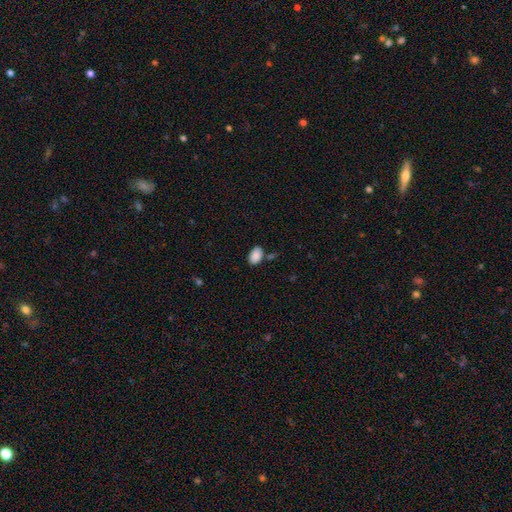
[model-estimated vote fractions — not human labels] smooth_or_featured: smooth (p=0.89) [alt: star or artifact p=0.08]
how_rounded: in between (p=0.91) [alt: round p=0.08]
merging: none (p=0.75) [alt: minor disturbance p=0.15]